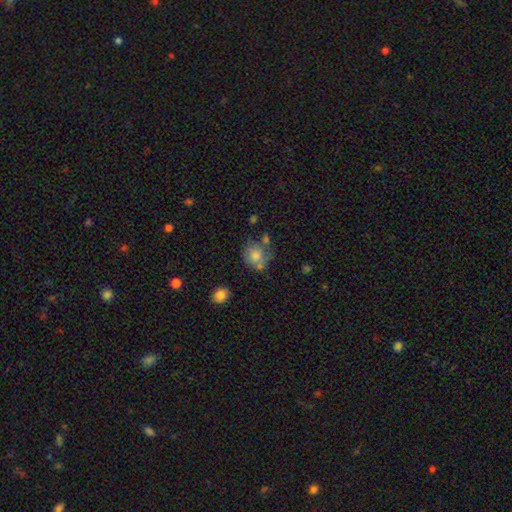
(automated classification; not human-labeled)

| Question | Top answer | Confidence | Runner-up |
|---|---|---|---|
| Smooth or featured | smooth | 74% | featured or disk (15%) |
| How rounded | round | 78% | in between (21%) |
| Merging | none | 55% | minor disturbance (20%) |